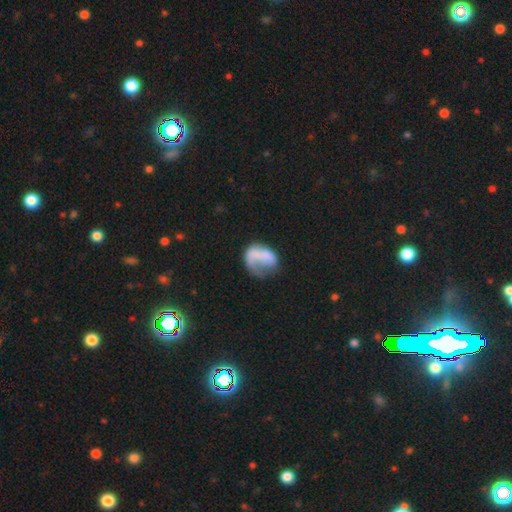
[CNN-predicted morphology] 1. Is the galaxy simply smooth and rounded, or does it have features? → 53% smooth, 39% featured or disk, 9% star or artifact.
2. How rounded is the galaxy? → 60% in between, 39% round, 2% cigar-shaped.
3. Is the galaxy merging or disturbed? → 45% major disturbance, 27% none, 20% minor disturbance, 8% merger.